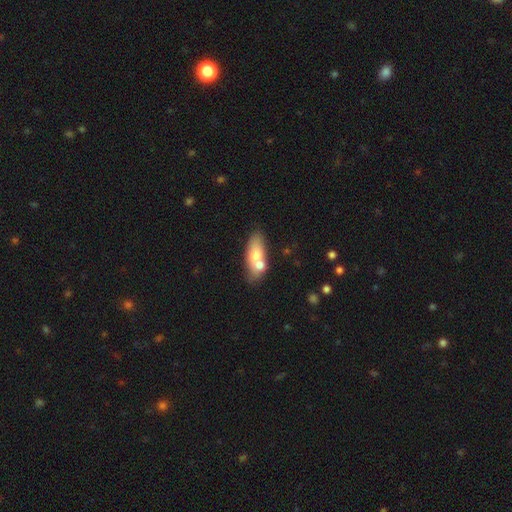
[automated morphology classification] Smooth or featured: smooth — 65% (featured or disk — 28%)
How rounded: in between — 69% (cigar-shaped — 25%)
Merging: none — 46% (merger — 34%)